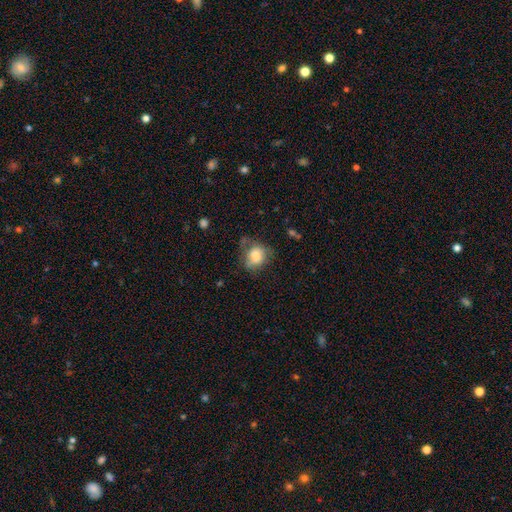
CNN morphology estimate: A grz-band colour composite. It shows a smooth galaxy with no disk features (76%) that is round (54%). Merging: none (46%).